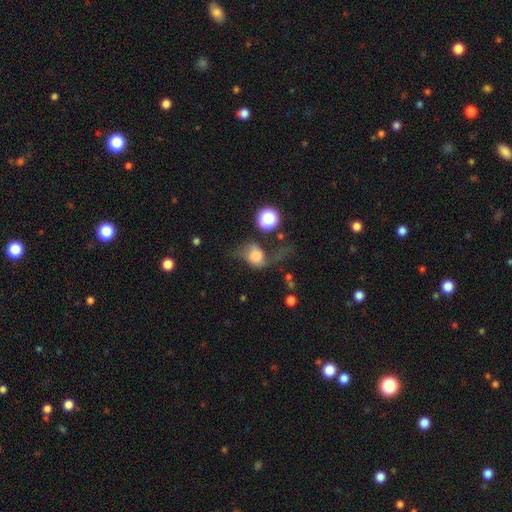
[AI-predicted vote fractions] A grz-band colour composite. It shows a smooth galaxy with no disk features (50%). Merging: major disturbance (45%).